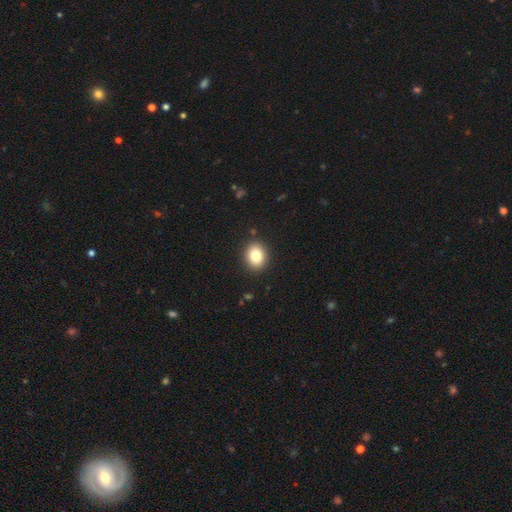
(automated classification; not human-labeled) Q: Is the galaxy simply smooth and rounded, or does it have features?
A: smooth — 81%.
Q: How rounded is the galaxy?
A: round — 59%.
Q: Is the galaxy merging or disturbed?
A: none — 90%.